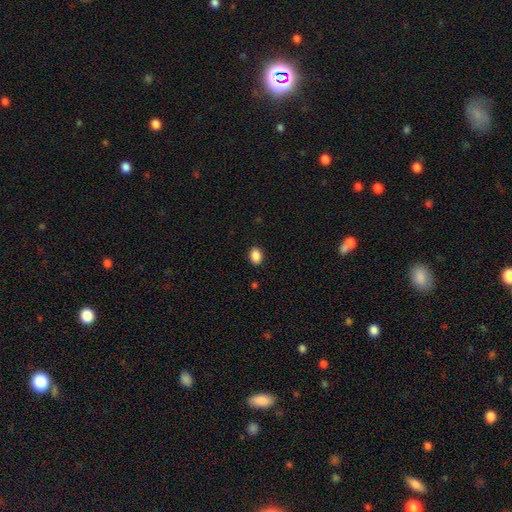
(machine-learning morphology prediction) Smooth or featured? Predicted: smooth (p=0.89). How rounded? Predicted: in between (p=0.73). Merging? Predicted: none (p=0.89).